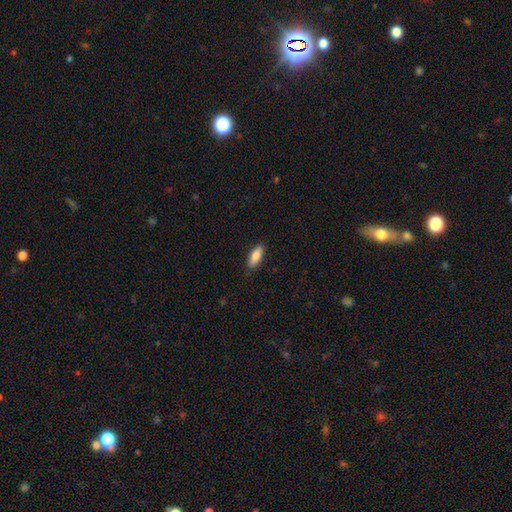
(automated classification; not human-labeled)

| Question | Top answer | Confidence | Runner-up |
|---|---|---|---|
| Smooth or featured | smooth | 82% | featured or disk (12%) |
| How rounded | in between | 70% | cigar-shaped (28%) |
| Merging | none | 87% | minor disturbance (10%) |